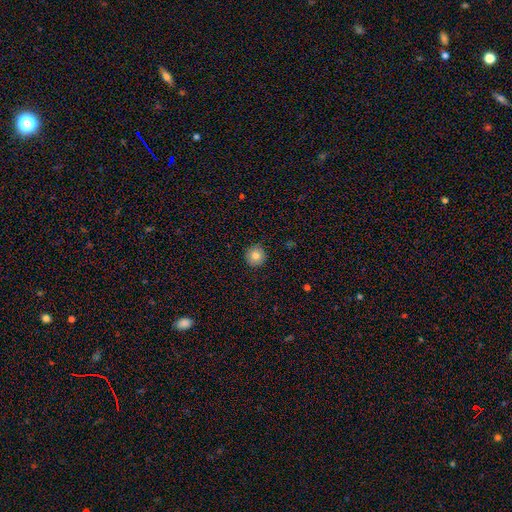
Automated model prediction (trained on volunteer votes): A smooth galaxy with no disk features (80%) that is round (94%).

Vote fractions:
- Smooth or featured? smooth: 80% / featured or disk: 10% / star or artifact: 10%
- How rounded? round: 94% / in between: 5% / cigar-shaped: 1%
- Merging? none: 89% / minor disturbance: 9% / major disturbance: 2% / merger: 1%